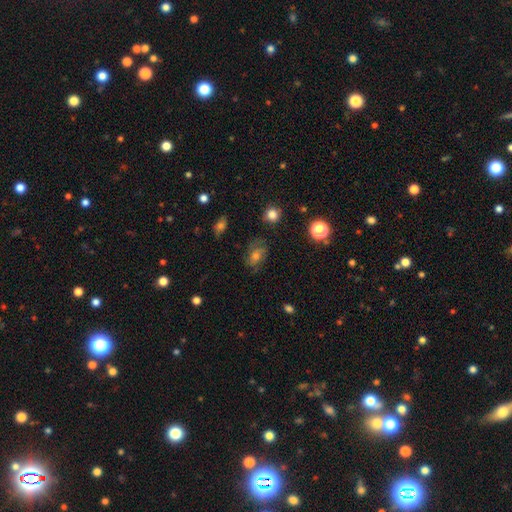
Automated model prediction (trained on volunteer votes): featured or disk 43%, smooth 33%, star or artifact 24%. Down the decision tree: merging — none (71%).